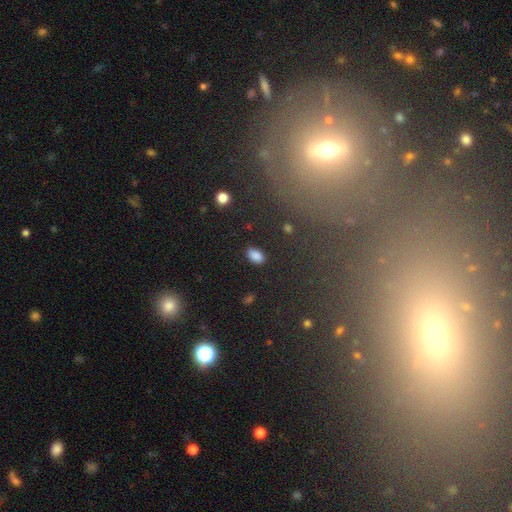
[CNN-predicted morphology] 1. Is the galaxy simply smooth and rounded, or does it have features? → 85% smooth, 10% star or artifact, 5% featured or disk.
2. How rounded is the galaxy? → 92% in between, 7% round, 2% cigar-shaped.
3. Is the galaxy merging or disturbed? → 86% none, 10% minor disturbance, 3% major disturbance, 2% merger.